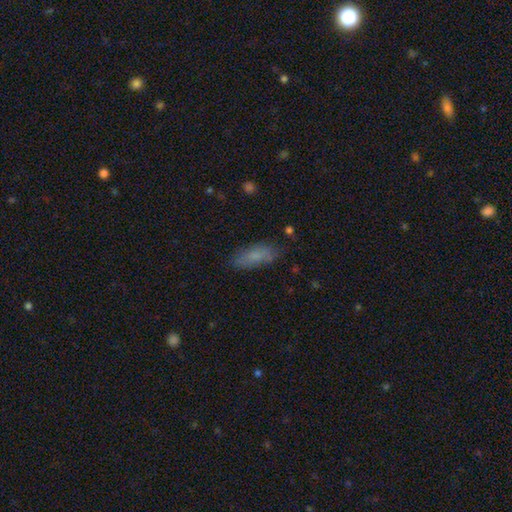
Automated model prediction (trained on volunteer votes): This appears to be a smooth galaxy with no disk features (78%) that is in between round and cigar-shaped (66%). Merging: none (76%).